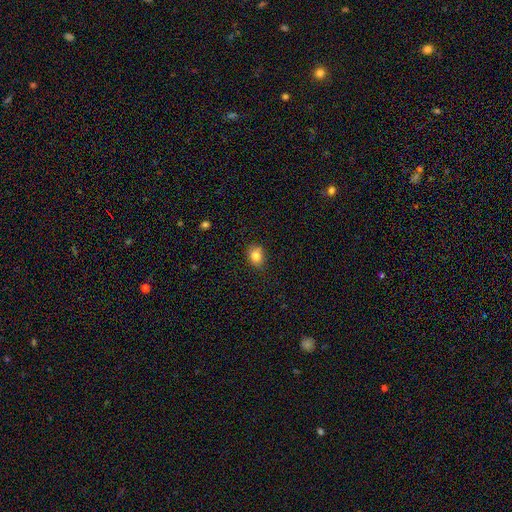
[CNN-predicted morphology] smooth_or_featured: smooth (p=0.84) [alt: star or artifact p=0.10]
how_rounded: in between (p=0.53) [alt: round p=0.46]
merging: none (p=0.80) [alt: minor disturbance p=0.15]